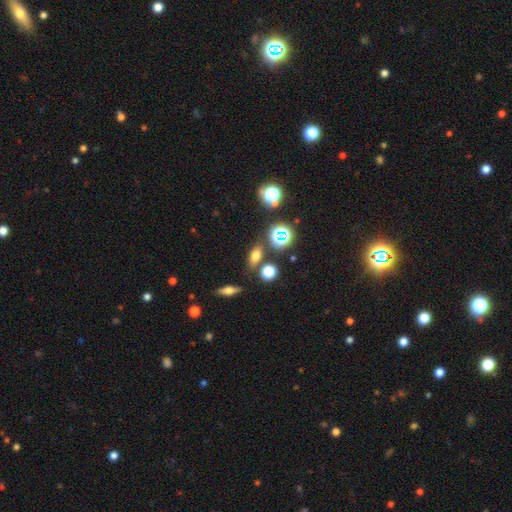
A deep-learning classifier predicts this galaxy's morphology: Smooth or featured?
  - smooth: 63% *
  - star or artifact: 22%
  - featured or disk: 14%
How rounded?
  - in between: 67% *
  - round: 21%
  - cigar-shaped: 11%
Merging?
  - none: 77% *
  - minor disturbance: 11%
  - merger: 8%
  - major disturbance: 4%